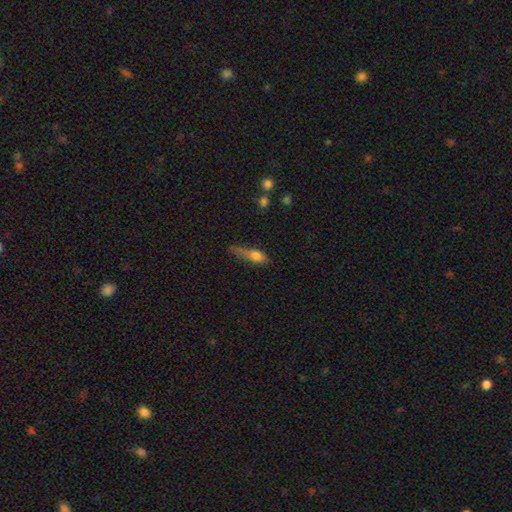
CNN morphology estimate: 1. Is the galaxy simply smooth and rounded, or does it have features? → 70% smooth, 20% featured or disk, 10% star or artifact.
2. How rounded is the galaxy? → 50% in between, 41% cigar-shaped, 9% round.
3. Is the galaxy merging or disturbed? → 33% major disturbance, 32% minor disturbance, 28% none, 8% merger.